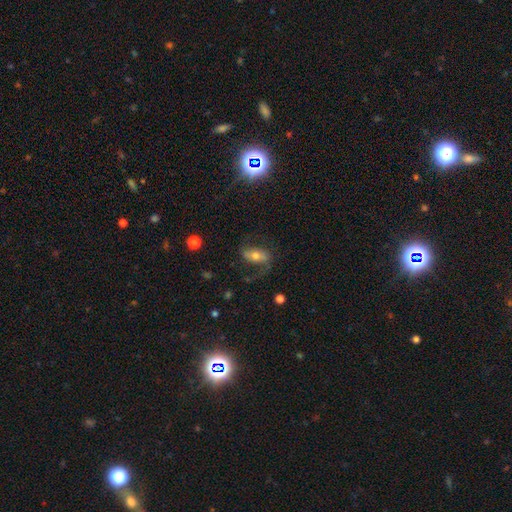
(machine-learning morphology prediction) A featured or disk galaxy (59%) with a strong bar (37%), spiral arms (83%) and a moderate central bulge (61%). Merging: none (64%).